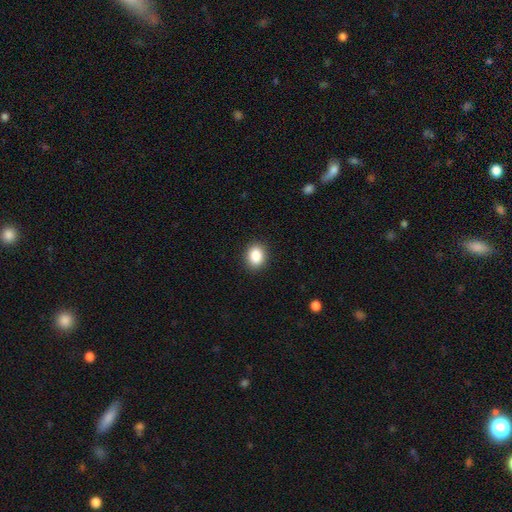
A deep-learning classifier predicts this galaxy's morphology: smooth-or-featured: smooth: 87% | star or artifact: 9% | featured or disk: 4%
  how-rounded: round: 52% | in between: 47% | cigar-shaped: 1%
  merging: none: 91% | minor disturbance: 6% | major disturbance: 2% | merger: 1%